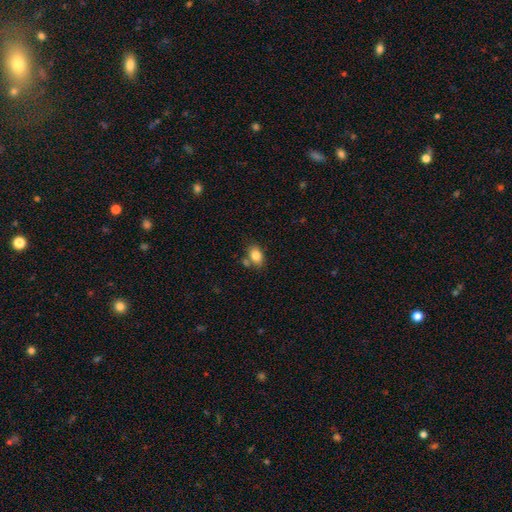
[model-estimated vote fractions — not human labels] Smooth or featured? smooth (83%)
How rounded? in between (78%)
Merging? none (68%)